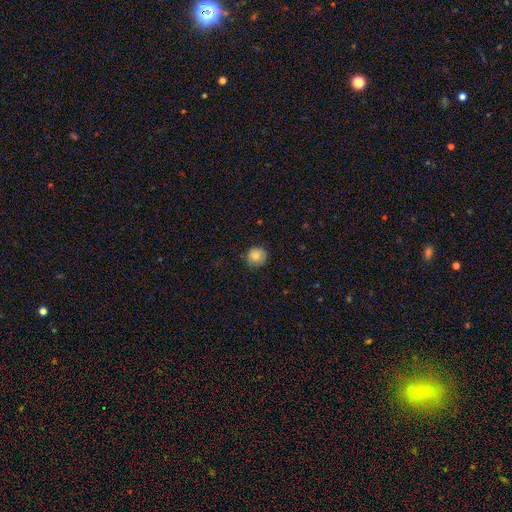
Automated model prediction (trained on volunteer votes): A smooth galaxy with no disk features (80%) that is round (90%). Merging: none (79%).